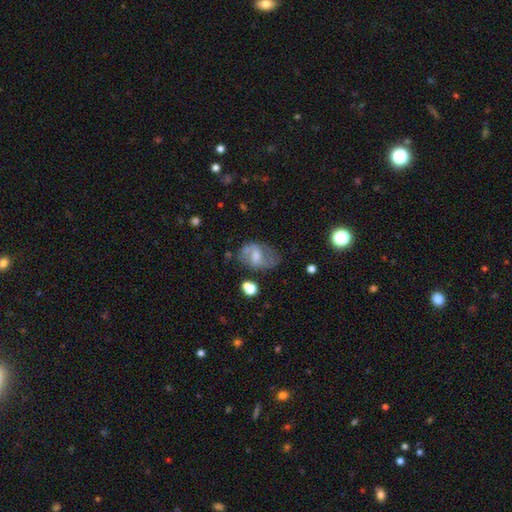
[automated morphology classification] This is possibly a featured or disk galaxy (50%). Merging: possibly none (47%).